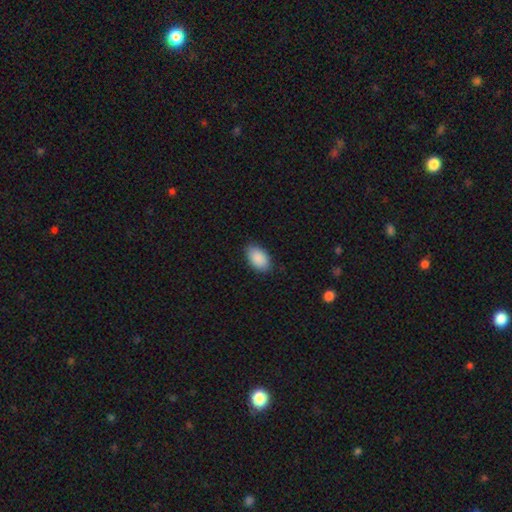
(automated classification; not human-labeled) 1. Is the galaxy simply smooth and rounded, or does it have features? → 90% smooth, 6% star or artifact, 3% featured or disk.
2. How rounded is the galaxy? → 93% in between, 6% round, 1% cigar-shaped.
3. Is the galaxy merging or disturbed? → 84% none, 13% minor disturbance, 2% major disturbance, 1% merger.